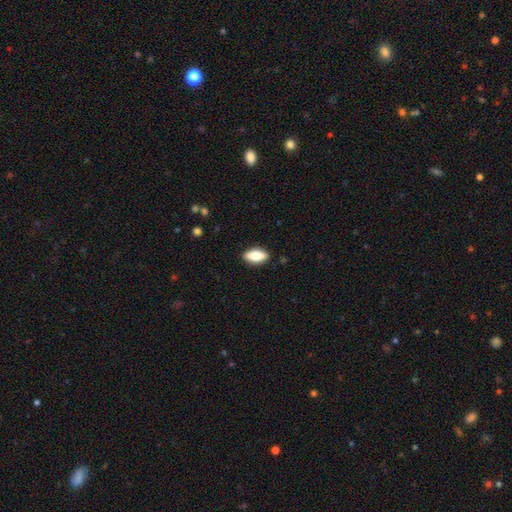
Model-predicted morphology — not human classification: Smooth or featured: smooth — 73% (featured or disk — 20%)
How rounded: in between — 82% (cigar-shaped — 15%)
Merging: none — 88% (minor disturbance — 9%)